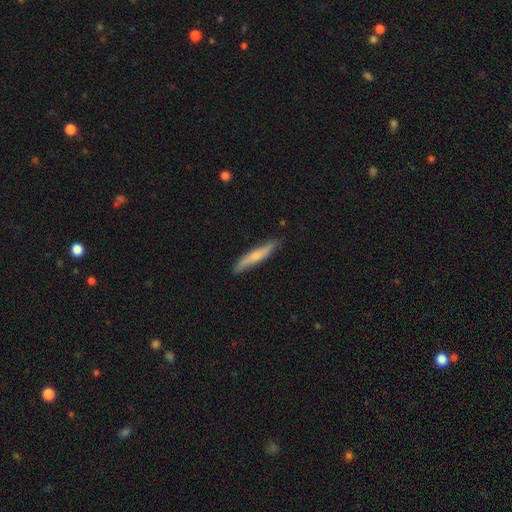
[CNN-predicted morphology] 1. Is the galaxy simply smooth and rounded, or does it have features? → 56% smooth, 39% featured or disk, 5% star or artifact.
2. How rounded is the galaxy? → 91% cigar-shaped, 7% in between, 2% round.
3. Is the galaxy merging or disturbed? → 83% none, 14% minor disturbance, 2% major disturbance, 1% merger.